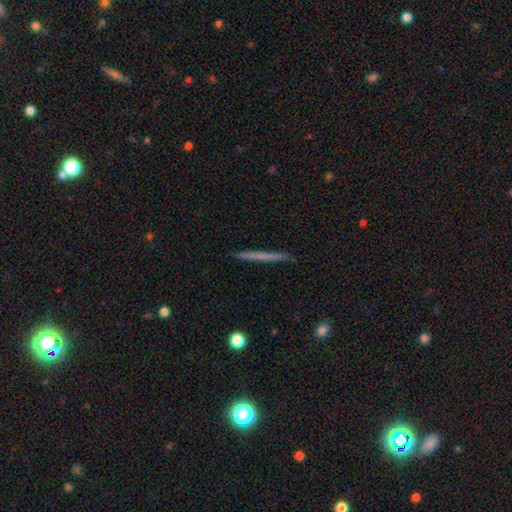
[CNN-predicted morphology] Q: Smooth or featured?
A: featured or disk (46%); runner-up: smooth (37%)
Q: Merging?
A: none (89%); runner-up: minor disturbance (7%)